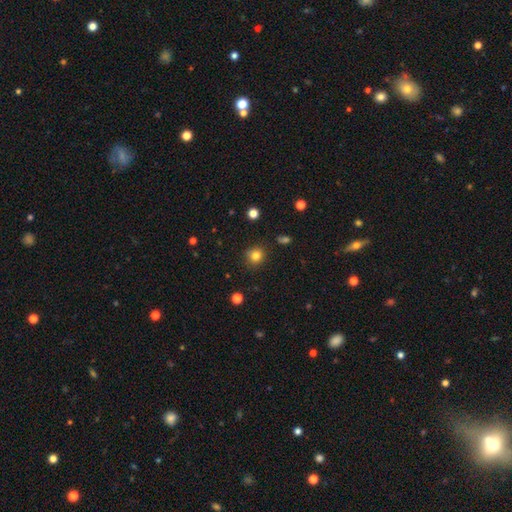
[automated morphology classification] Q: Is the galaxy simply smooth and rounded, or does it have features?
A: smooth — 81%.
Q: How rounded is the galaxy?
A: round — 88%.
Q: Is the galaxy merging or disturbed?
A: none — 86%.